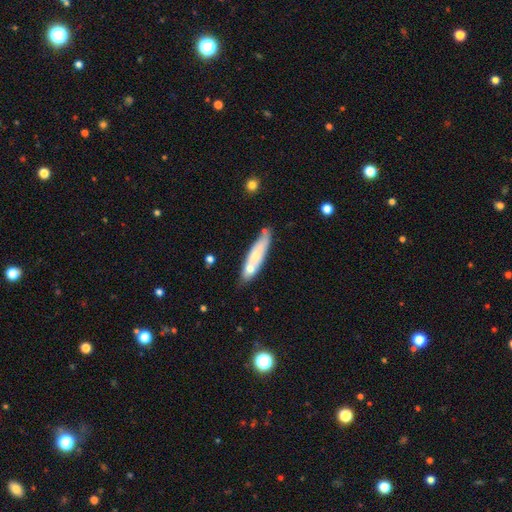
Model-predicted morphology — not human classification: smooth_or_featured: smooth (p=0.61) [alt: featured or disk p=0.33]
how_rounded: cigar-shaped (p=0.74) [alt: in between p=0.25]
merging: none (p=0.60) [alt: merger p=0.19]